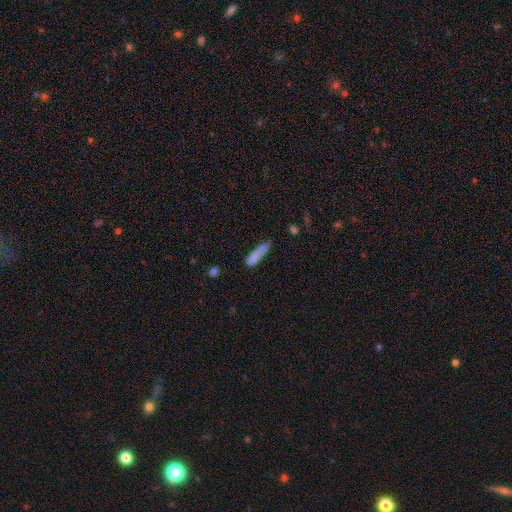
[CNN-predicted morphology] Smooth or featured? smooth (81%)
How rounded? cigar-shaped (77%)
Merging? none (50%)